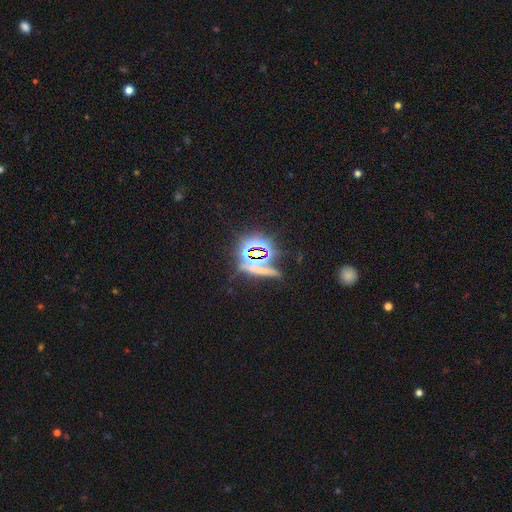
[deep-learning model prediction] A star or artifact, not a galaxy (71%).

Vote fractions:
- Smooth or featured? star or artifact: 71% / smooth: 17% / featured or disk: 12%